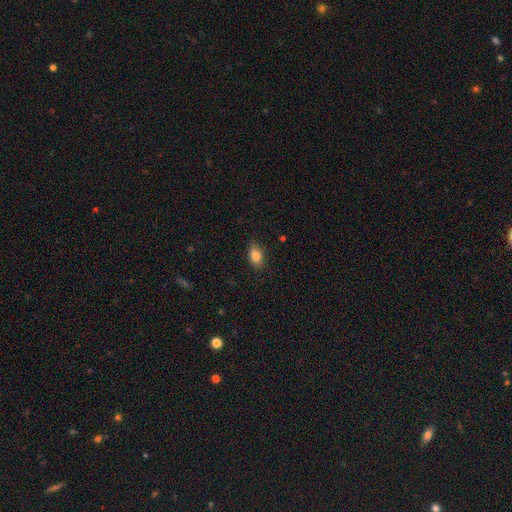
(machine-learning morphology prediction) smooth 84%, star or artifact 8%, featured or disk 7%. Down the decision tree: how rounded — in between (87%); merging — none (84%).